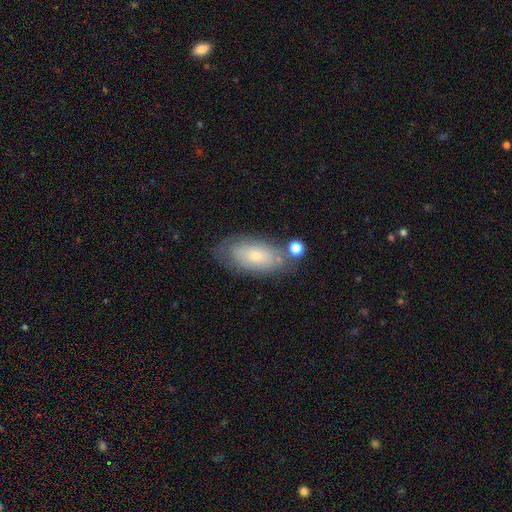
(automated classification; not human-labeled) Morphology: type=smooth (63%); roundness=in between (90%); merging=none (62%).